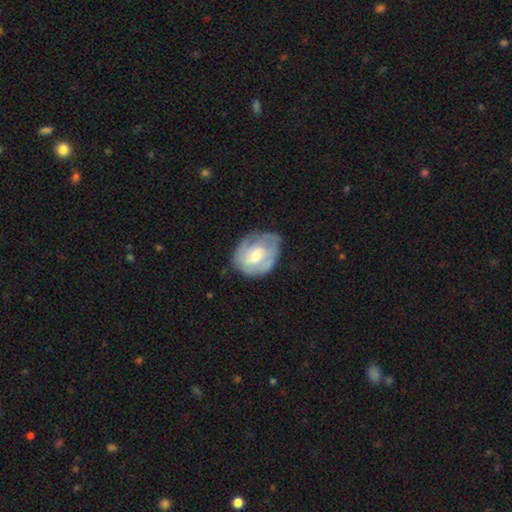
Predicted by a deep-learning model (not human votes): A featured or disk galaxy (55%) with no bar (57%), spiral arms (59%) and a moderate central bulge (61%).

Vote fractions:
- Smooth or featured? featured or disk: 55% / smooth: 39% / star or artifact: 6%
- Edge-on disk? no: 96% / yes: 4%
- Bar? no: 57% / weak: 35% / strong: 8%
- Spiral arms? yes: 59% / no: 41%
- Bulge size? moderate: 61% / small: 23% / large: 12% / none: 3% / dominant: 1%
- Merging? none: 60% / minor disturbance: 28% / major disturbance: 11% / merger: 2%